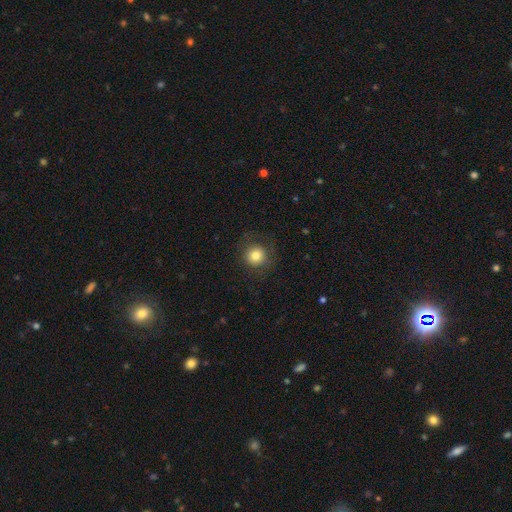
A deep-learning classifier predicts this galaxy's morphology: This is likely a smooth galaxy (80%). How rounded: clearly round (93%). Merging: clearly none (82%).